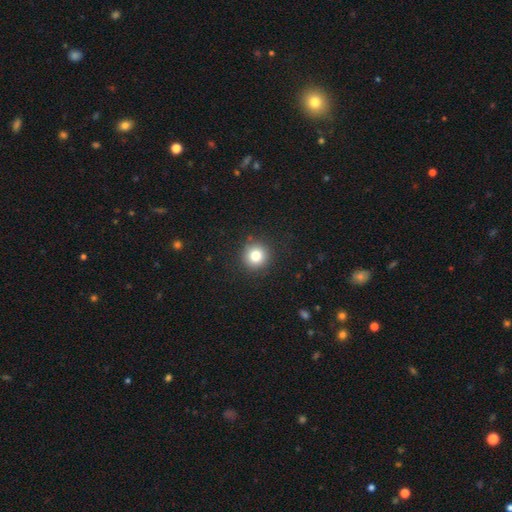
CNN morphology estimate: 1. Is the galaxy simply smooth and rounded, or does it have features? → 81% smooth, 12% star or artifact, 8% featured or disk.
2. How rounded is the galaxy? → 94% round, 5% in between, 1% cigar-shaped.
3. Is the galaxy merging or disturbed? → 90% none, 6% minor disturbance, 2% major disturbance, 1% merger.